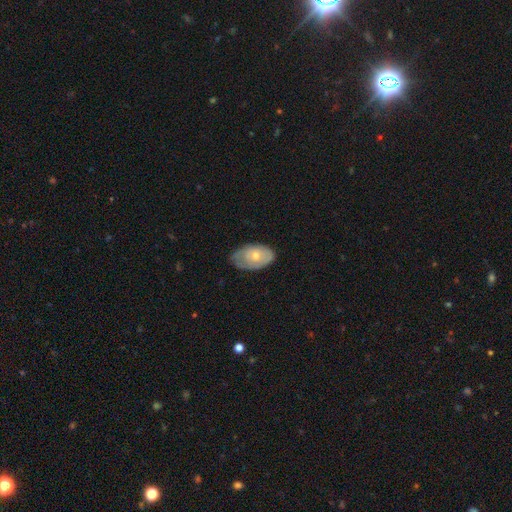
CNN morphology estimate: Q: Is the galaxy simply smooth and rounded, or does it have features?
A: smooth — 54%.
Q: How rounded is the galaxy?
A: in between — 90%.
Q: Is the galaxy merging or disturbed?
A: none — 52%.